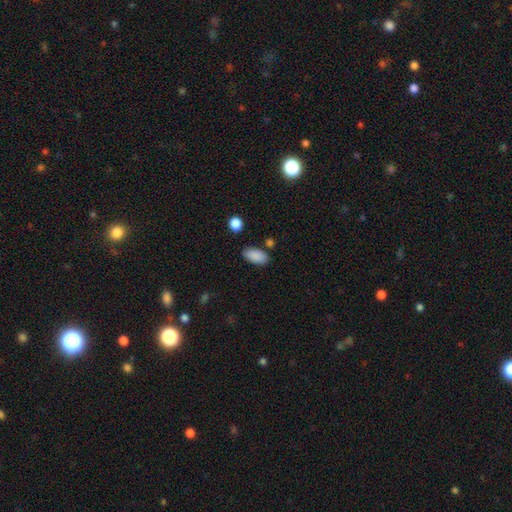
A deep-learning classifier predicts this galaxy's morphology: Q: Smooth or featured?
A: smooth (89%); runner-up: star or artifact (7%)
Q: How rounded?
A: in between (93%); runner-up: cigar-shaped (4%)
Q: Merging?
A: none (82%); runner-up: minor disturbance (11%)